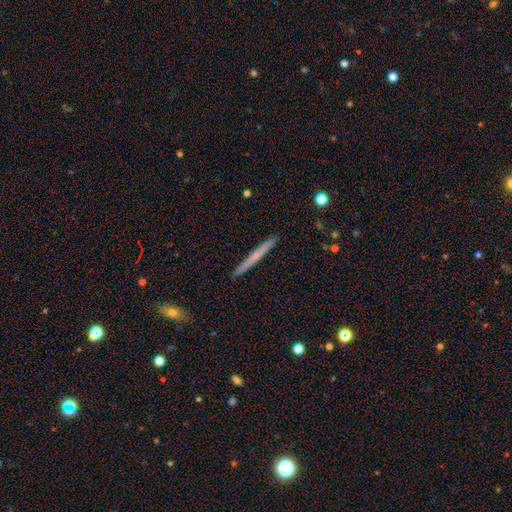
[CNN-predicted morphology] Q: Smooth or featured?
A: smooth (54%); runner-up: featured or disk (41%)
Q: How rounded?
A: cigar-shaped (97%); runner-up: in between (2%)
Q: Merging?
A: none (92%); runner-up: minor disturbance (5%)